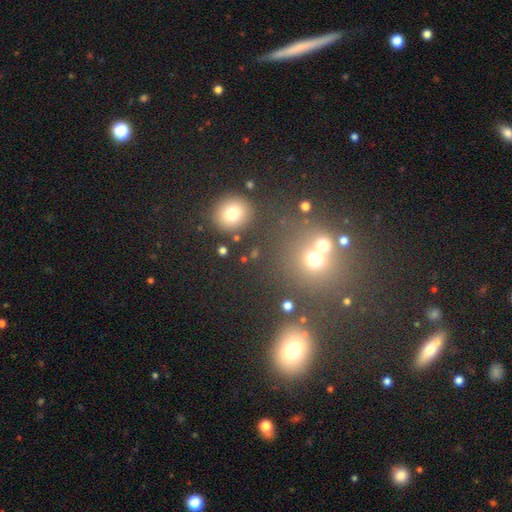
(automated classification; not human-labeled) Q: Smooth or featured?
A: smooth (46%); runner-up: star or artifact (42%)
Q: Merging?
A: none (71%); runner-up: merger (15%)